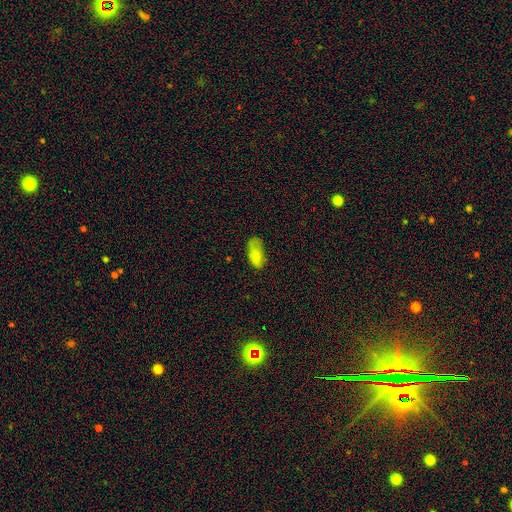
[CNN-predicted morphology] smooth-or-featured: smooth: 82% | featured or disk: 9% | star or artifact: 9%
  how-rounded: in between: 88% | cigar-shaped: 9% | round: 3%
  merging: none: 55% | minor disturbance: 31% | major disturbance: 11% | merger: 2%